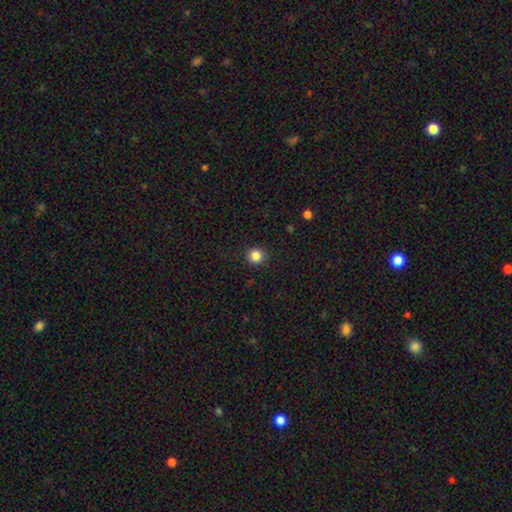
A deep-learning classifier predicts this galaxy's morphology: A smooth galaxy with no disk features (85%) that is round (93%).

Vote fractions:
- Smooth or featured? smooth: 85% / star or artifact: 11% / featured or disk: 4%
- How rounded? round: 93% / in between: 6% / cigar-shaped: 1%
- Merging? none: 92% / minor disturbance: 5% / major disturbance: 2% / merger: 1%